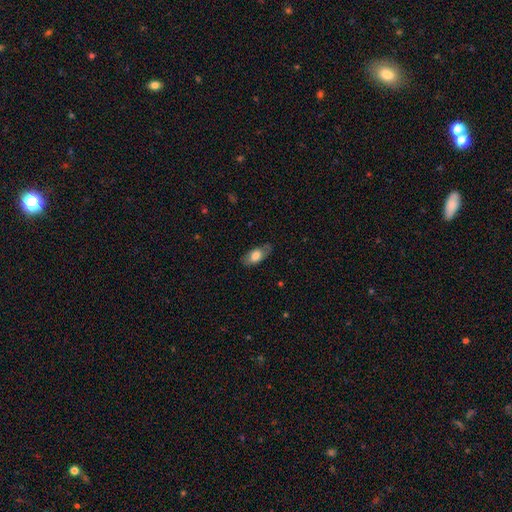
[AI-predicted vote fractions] Morphology: type=smooth (70%); roundness=in between (90%); merging=none (73%).